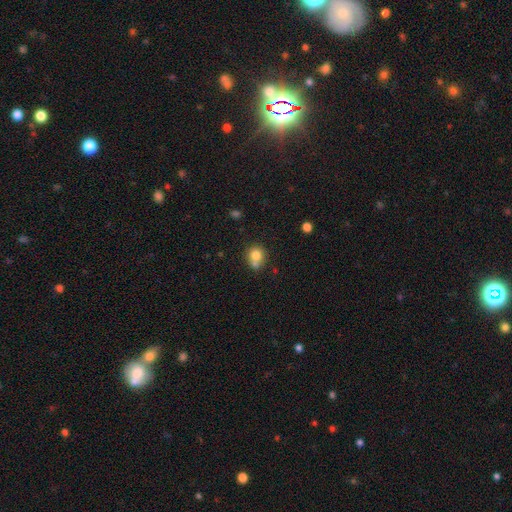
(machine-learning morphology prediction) Q: Smooth or featured?
A: smooth (78%); runner-up: featured or disk (11%)
Q: How rounded?
A: round (80%); runner-up: in between (19%)
Q: Merging?
A: none (51%); runner-up: merger (30%)